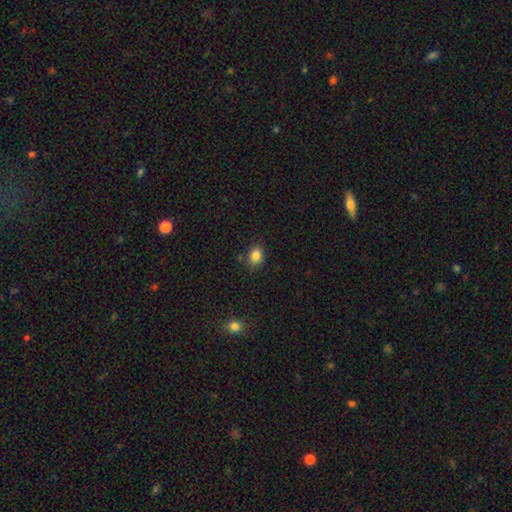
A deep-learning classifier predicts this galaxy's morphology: Smooth or featured? Predicted: smooth (p=0.84). How rounded? Predicted: in between (p=0.52). Merging? Predicted: none (p=0.79).